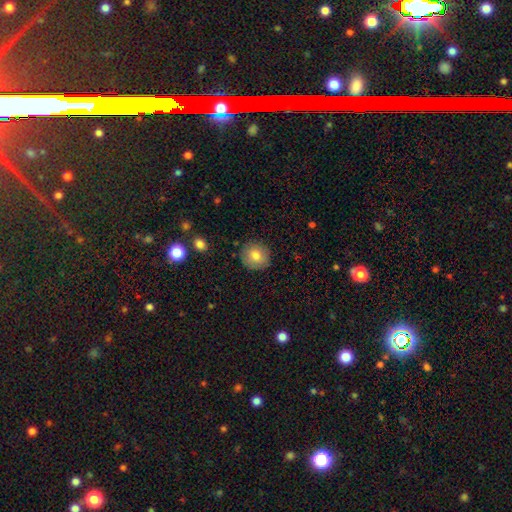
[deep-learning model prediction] Smooth or featured?
  - smooth: 80% *
  - featured or disk: 11%
  - star or artifact: 9%
How rounded?
  - round: 93% *
  - in between: 6%
  - cigar-shaped: 1%
Merging?
  - none: 89% *
  - minor disturbance: 8%
  - major disturbance: 2%
  - merger: 1%